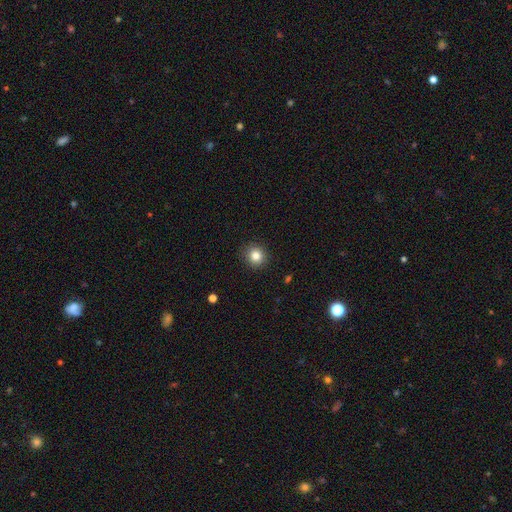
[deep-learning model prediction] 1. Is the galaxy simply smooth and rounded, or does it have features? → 83% smooth, 11% star or artifact, 6% featured or disk.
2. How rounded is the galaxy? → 90% round, 9% in between, 1% cigar-shaped.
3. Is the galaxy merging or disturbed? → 91% none, 6% minor disturbance, 2% major disturbance, 1% merger.